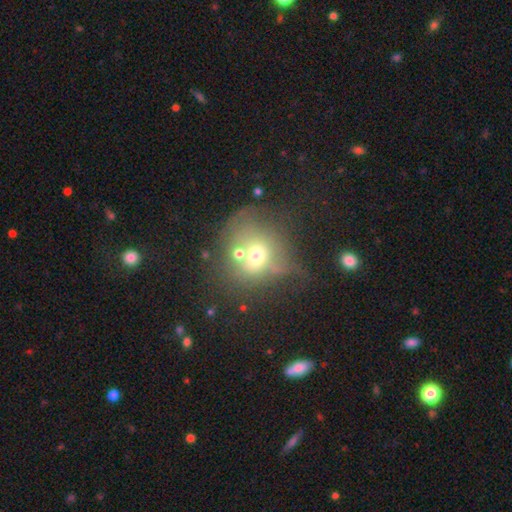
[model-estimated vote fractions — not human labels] Overall: smooth (57%; featured or disk 28%). How rounded: round (74%). Merging: none (34%; merger 24%).